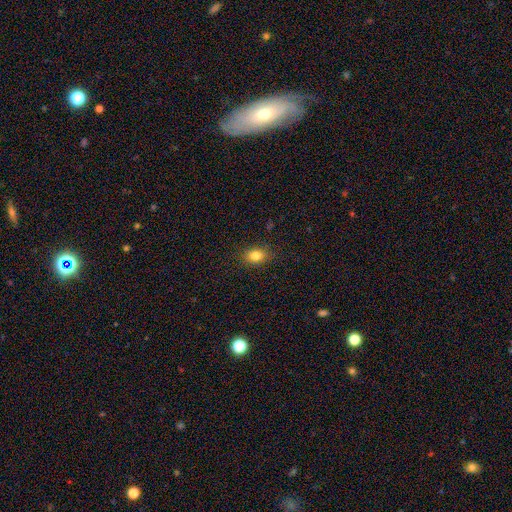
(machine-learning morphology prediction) This appears to be a smooth galaxy with no disk features (83%) that is in between round and cigar-shaped (70%). Merging: none (87%).